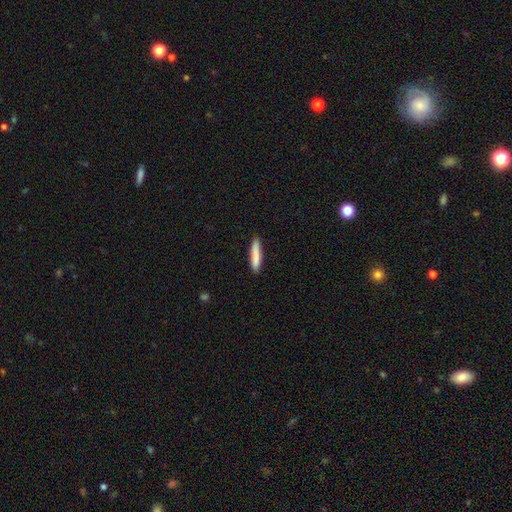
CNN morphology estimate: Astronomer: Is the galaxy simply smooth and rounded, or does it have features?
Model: smooth — 84%.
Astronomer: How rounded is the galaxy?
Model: cigar-shaped — 90%.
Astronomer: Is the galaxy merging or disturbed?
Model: none — 88%.